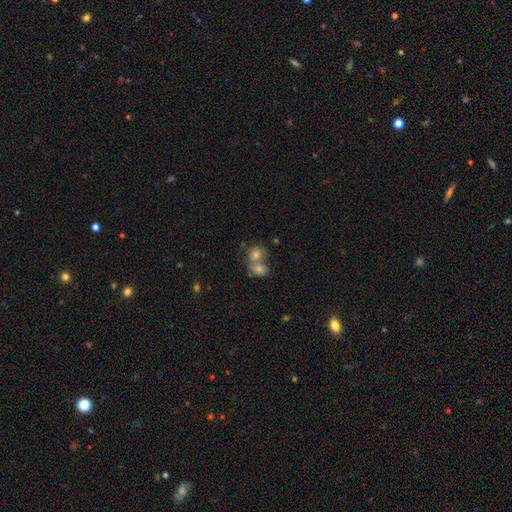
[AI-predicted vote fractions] A smooth galaxy with no disk features (56%) that is round (69%). Merging: merger (55%).